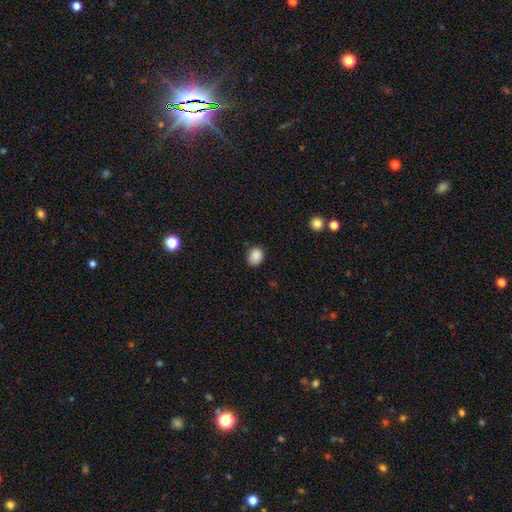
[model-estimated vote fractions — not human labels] Overall: smooth (88%). How rounded: round (61%; in between 38%). Merging: none (82%).